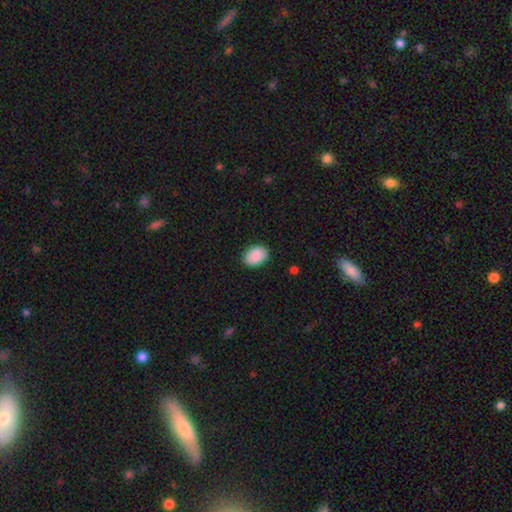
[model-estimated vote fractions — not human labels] A smooth galaxy with no disk features (88%) that is in between round and cigar-shaped (78%).

Vote fractions:
- Smooth or featured? smooth: 88% / star or artifact: 6% / featured or disk: 5%
- How rounded? in between: 78% / round: 22% / cigar-shaped: 1%
- Merging? none: 86% / minor disturbance: 11% / major disturbance: 2% / merger: 1%